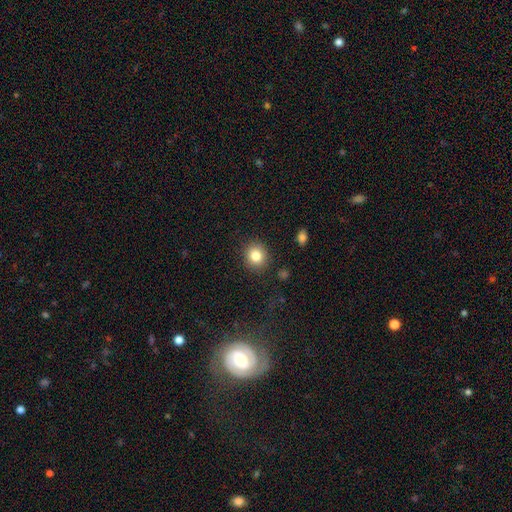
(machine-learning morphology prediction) smooth 82%, star or artifact 10%, featured or disk 7%. Down the decision tree: how rounded — round (85%); merging — none (89%).